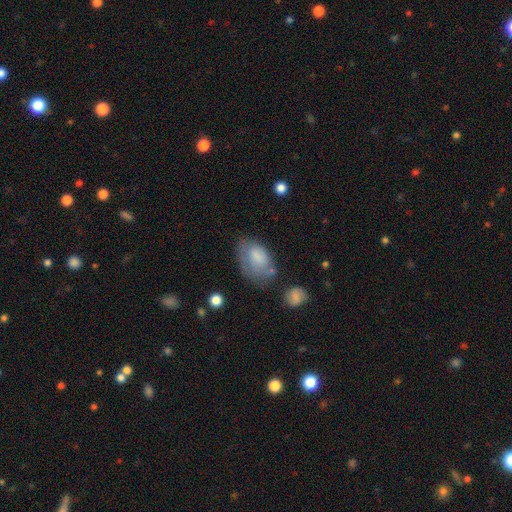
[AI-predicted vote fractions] This is likely a smooth galaxy (66%). How rounded: clearly in between (87%). Merging: marginally none (45%).